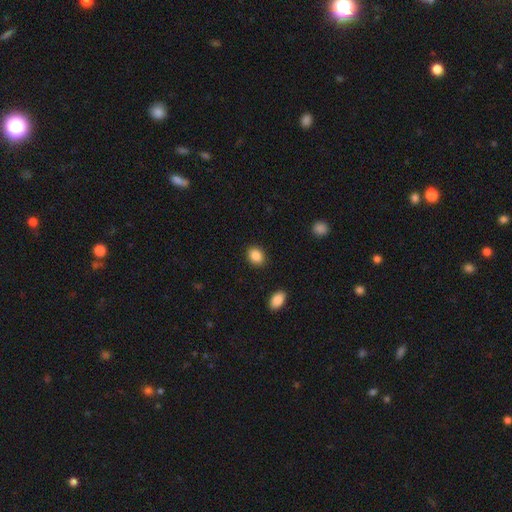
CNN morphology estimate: A smooth galaxy with no disk features (88%) that is in between round and cigar-shaped (51%). Merging: none (90%).